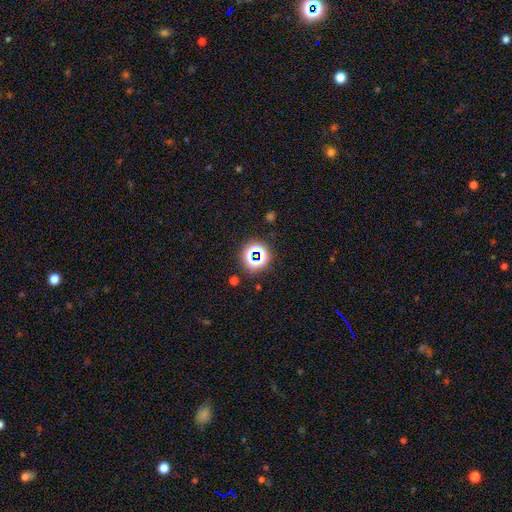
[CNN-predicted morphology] Smooth or featured?
  - star or artifact: 63% *
  - smooth: 27%
  - featured or disk: 10%